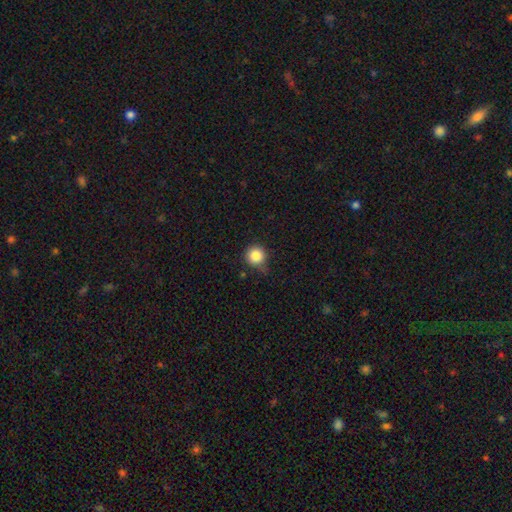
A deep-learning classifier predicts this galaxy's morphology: smooth_or_featured: smooth (p=0.85) [alt: star or artifact p=0.10]
how_rounded: round (p=0.94) [alt: in between p=0.05]
merging: none (p=0.67) [alt: minor disturbance p=0.25]